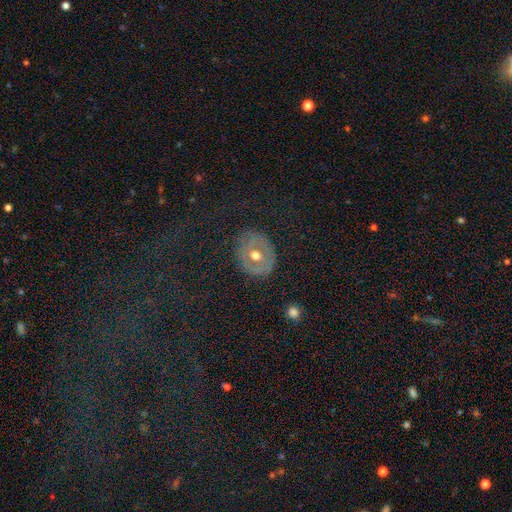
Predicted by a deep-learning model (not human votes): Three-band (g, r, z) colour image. It shows a featured or disk galaxy (44%). Merging: none (81%).